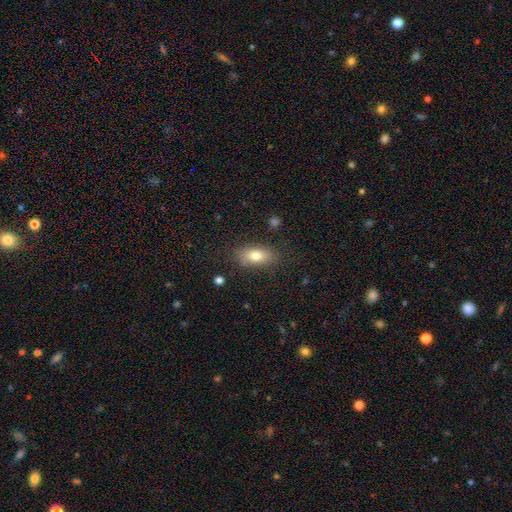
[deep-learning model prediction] smooth-or-featured: smooth: 78% | featured or disk: 14% | star or artifact: 8%
  how-rounded: in between: 85% | cigar-shaped: 10% | round: 6%
  merging: none: 81% | minor disturbance: 13% | major disturbance: 4% | merger: 2%